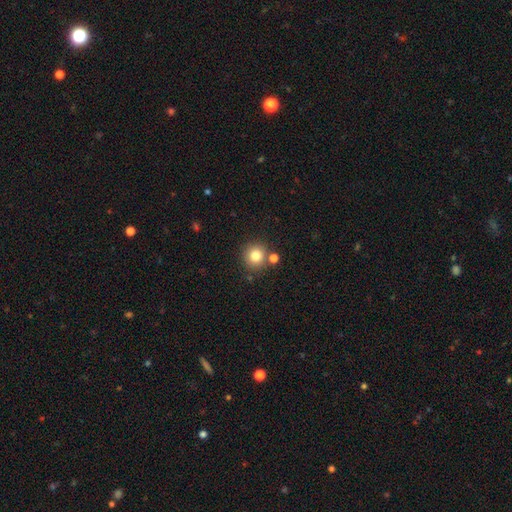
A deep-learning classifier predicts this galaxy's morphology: Q: Smooth or featured?
A: smooth (81%); runner-up: star or artifact (12%)
Q: How rounded?
A: round (93%); runner-up: in between (6%)
Q: Merging?
A: none (79%); runner-up: merger (11%)